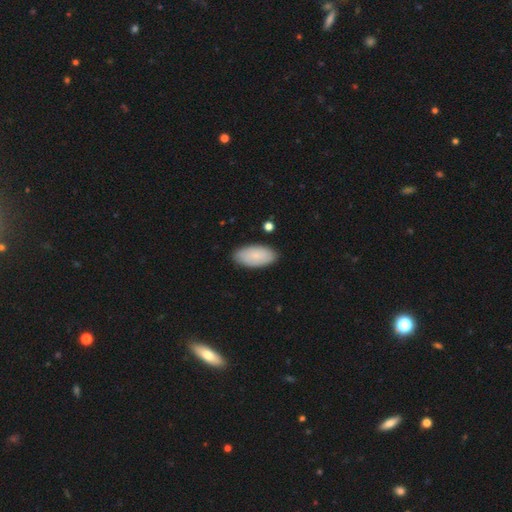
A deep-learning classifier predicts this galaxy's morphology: This appears to be a smooth galaxy with no disk features (80%) that is in between round and cigar-shaped (94%). Merging: none (85%).